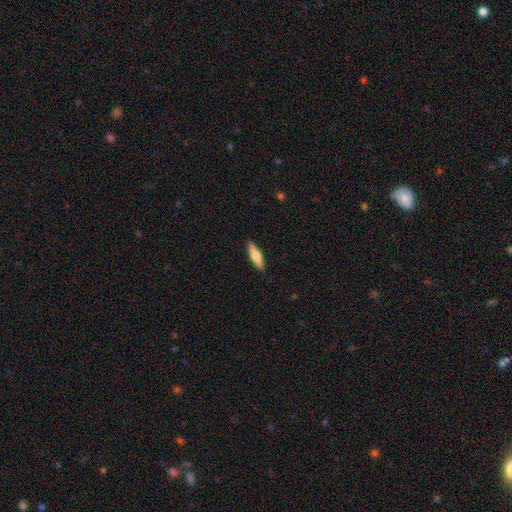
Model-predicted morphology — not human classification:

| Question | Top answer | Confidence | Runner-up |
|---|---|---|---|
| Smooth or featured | smooth | 65% | featured or disk (29%) |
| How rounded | cigar-shaped | 66% | in between (32%) |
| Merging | none | 89% | minor disturbance (8%) |